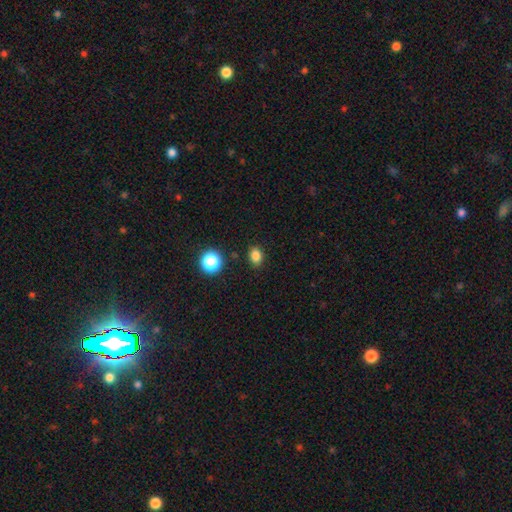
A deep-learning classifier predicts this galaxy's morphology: A smooth galaxy with no disk features (82%) that is in between round and cigar-shaped (58%).

Vote fractions:
- Smooth or featured? smooth: 82% / star or artifact: 14% / featured or disk: 4%
- How rounded? in between: 58% / round: 41% / cigar-shaped: 1%
- Merging? none: 85% / minor disturbance: 10% / major disturbance: 3% / merger: 2%